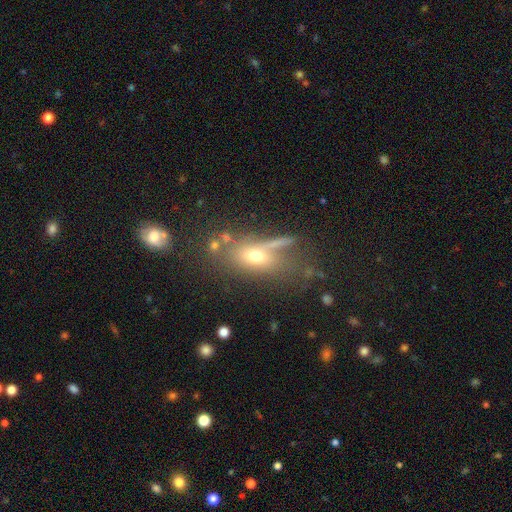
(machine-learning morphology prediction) Smooth or featured? Predicted: smooth (p=0.57). How rounded? Predicted: in between (p=0.72). Merging? Predicted: none (p=0.47).